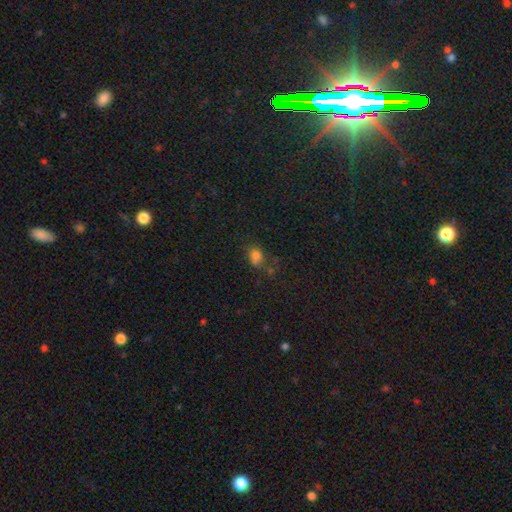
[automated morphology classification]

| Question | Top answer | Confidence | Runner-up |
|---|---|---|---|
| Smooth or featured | smooth | 76% | star or artifact (17%) |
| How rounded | in between | 68% | round (30%) |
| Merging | none | 56% | minor disturbance (23%) |